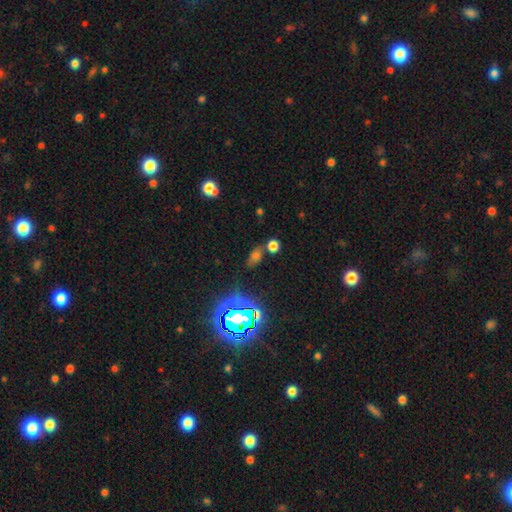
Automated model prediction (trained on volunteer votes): This is possibly a smooth galaxy (49%). Merging: likely none (64%).